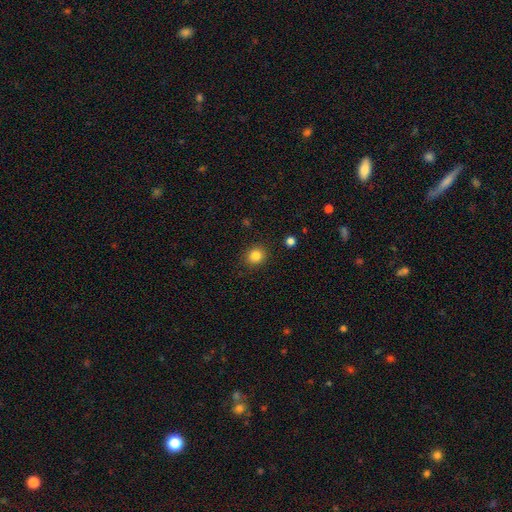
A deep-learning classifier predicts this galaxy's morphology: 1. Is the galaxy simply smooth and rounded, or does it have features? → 84% smooth, 11% star or artifact, 5% featured or disk.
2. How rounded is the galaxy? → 81% round, 18% in between, 1% cigar-shaped.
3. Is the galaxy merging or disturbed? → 89% none, 7% minor disturbance, 2% major disturbance, 1% merger.